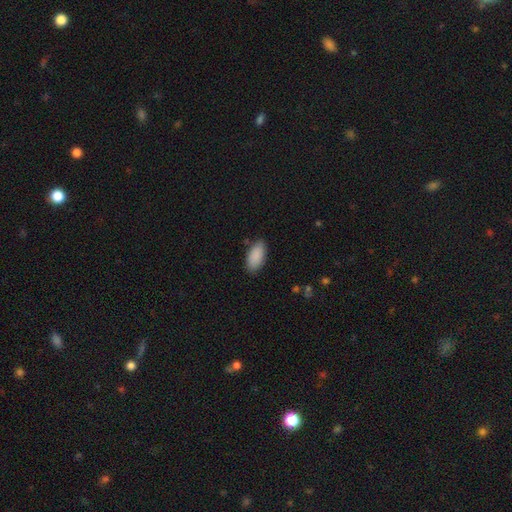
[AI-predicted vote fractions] Smooth or featured? smooth (90%)
How rounded? in between (93%)
Merging? none (84%)